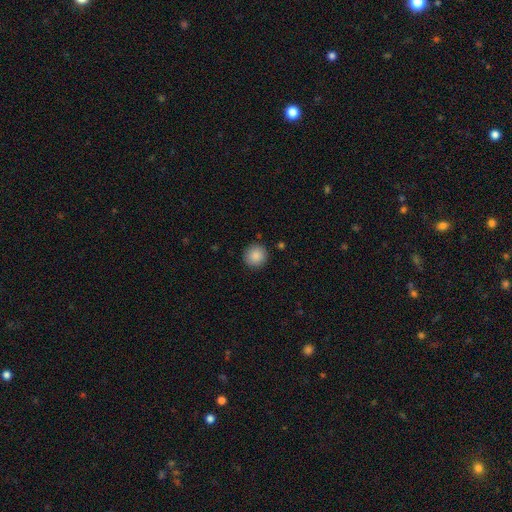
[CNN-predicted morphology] This is clearly a smooth galaxy (88%). How rounded: clearly round (94%). Merging: clearly none (91%).